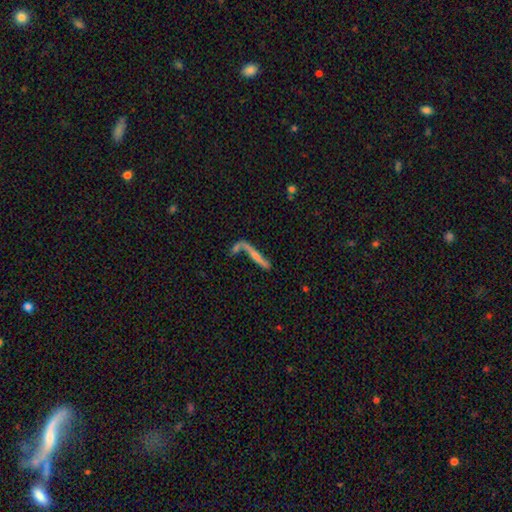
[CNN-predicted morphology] smooth-or-featured: featured or disk: 57% | smooth: 33% | star or artifact: 10%
  disk-edge-on: yes: 74% | no: 26%
  merging: none: 44% | merger: 26% | minor disturbance: 16% | major disturbance: 14%